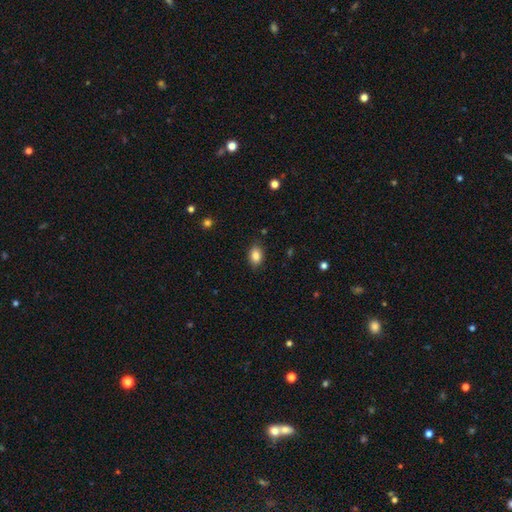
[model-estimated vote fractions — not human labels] A smooth galaxy with no disk features (86%) that is in between round and cigar-shaped (81%).

Vote fractions:
- Smooth or featured? smooth: 86% / star or artifact: 8% / featured or disk: 5%
- How rounded? in between: 81% / round: 17% / cigar-shaped: 1%
- Merging? none: 85% / minor disturbance: 11% / major disturbance: 3% / merger: 1%